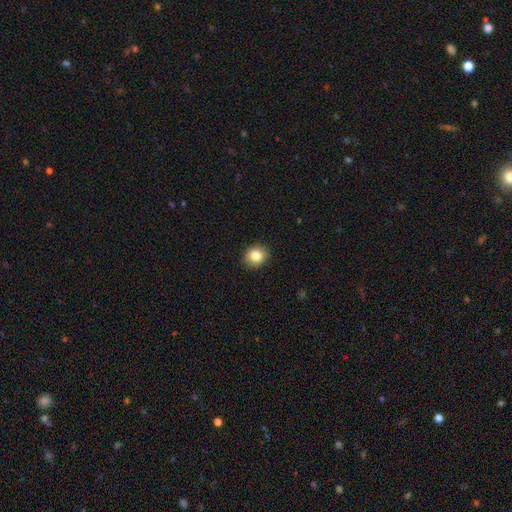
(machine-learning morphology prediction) A smooth galaxy with no disk features (84%) that is round (69%).

Vote fractions:
- Smooth or featured? smooth: 84% / star or artifact: 9% / featured or disk: 7%
- How rounded? round: 69% / in between: 30% / cigar-shaped: 1%
- Merging? none: 91% / minor disturbance: 6% / major disturbance: 2% / merger: 1%